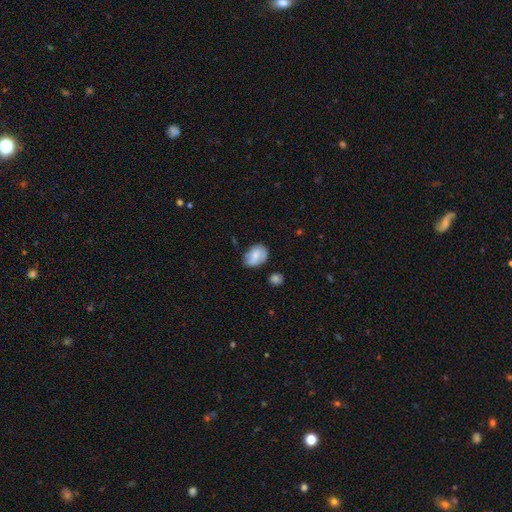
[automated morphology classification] smooth_or_featured: smooth (p=0.65) [alt: featured or disk p=0.27]
how_rounded: in between (p=0.78) [alt: round p=0.20]
merging: none (p=0.57) [alt: minor disturbance p=0.29]